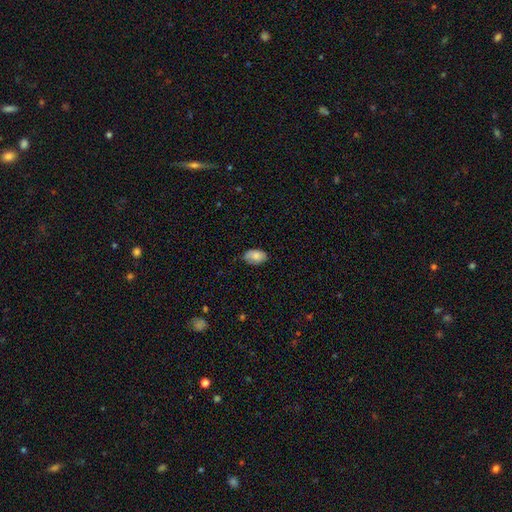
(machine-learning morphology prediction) Smooth or featured? smooth (82%)
How rounded? in between (92%)
Merging? none (74%)